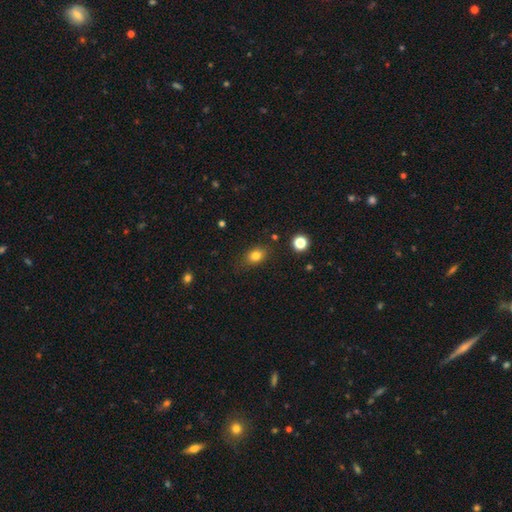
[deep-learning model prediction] Smooth or featured? Predicted: smooth (p=0.80). How rounded? Predicted: in between (p=0.66). Merging? Predicted: none (p=0.79).